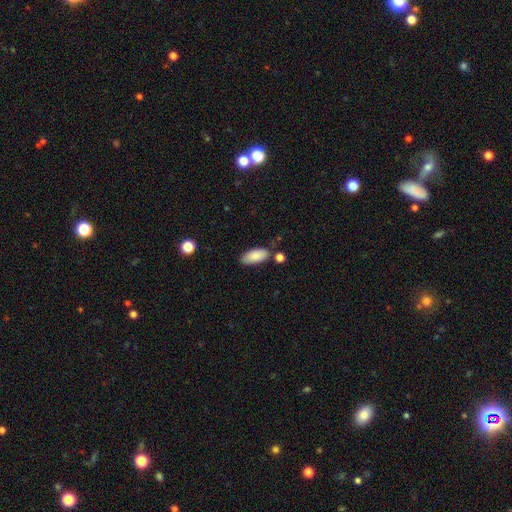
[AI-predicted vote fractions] A smooth galaxy with no disk features (85%) that is in between round and cigar-shaped (89%).

Vote fractions:
- Smooth or featured? smooth: 85% / featured or disk: 8% / star or artifact: 7%
- How rounded? in between: 89% / cigar-shaped: 9% / round: 2%
- Merging? none: 76% / minor disturbance: 14% / merger: 7% / major disturbance: 3%